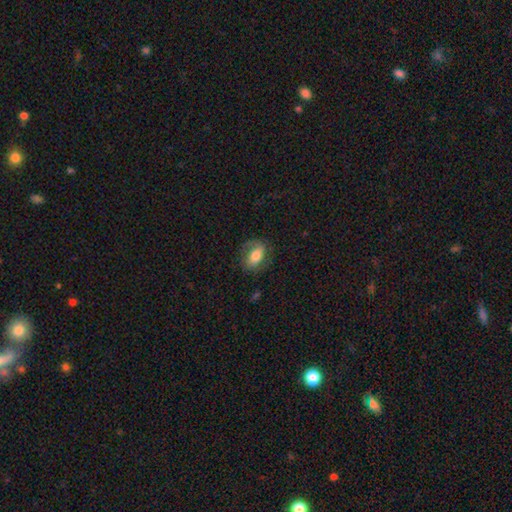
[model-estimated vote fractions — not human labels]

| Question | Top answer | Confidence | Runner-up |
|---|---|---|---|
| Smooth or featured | smooth | 57% | featured or disk (36%) |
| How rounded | in between | 83% | round (14%) |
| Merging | none | 69% | minor disturbance (19%) |